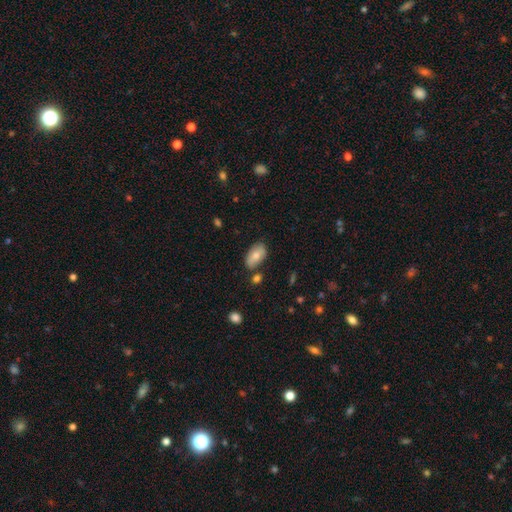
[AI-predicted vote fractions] A smooth galaxy with no disk features (73%) that is in between round and cigar-shaped (93%).

Vote fractions:
- Smooth or featured? smooth: 73% / featured or disk: 20% / star or artifact: 7%
- How rounded? in between: 93% / round: 4% / cigar-shaped: 2%
- Merging? none: 74% / minor disturbance: 17% / merger: 6% / major disturbance: 3%